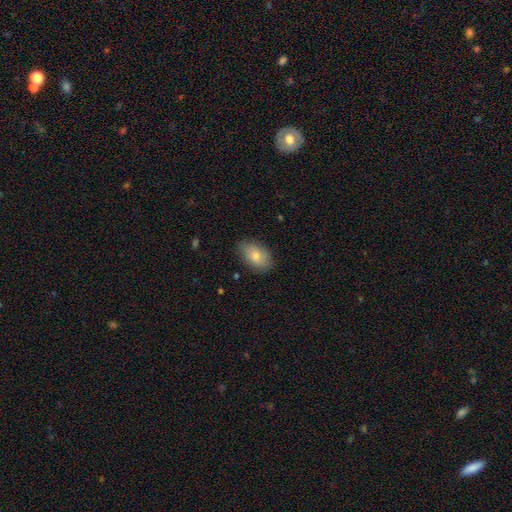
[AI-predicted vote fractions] smooth-or-featured: smooth: 76% | featured or disk: 16% | star or artifact: 8%
  how-rounded: in between: 90% | round: 9% | cigar-shaped: 2%
  merging: none: 83% | minor disturbance: 13% | major disturbance: 2% | merger: 1%